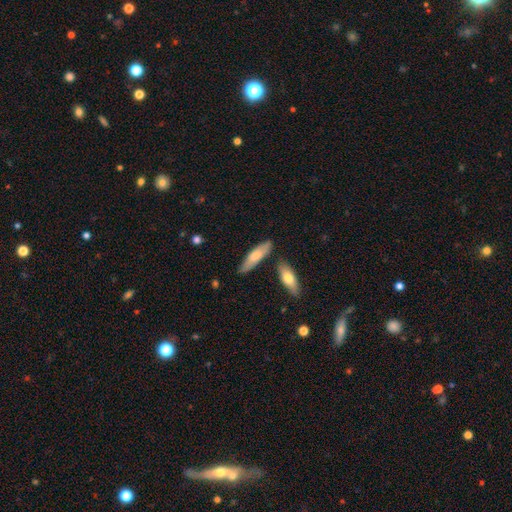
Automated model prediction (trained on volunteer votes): A smooth galaxy with no disk features (70%) that is cigar-shaped (61%). Merging: none (76%).